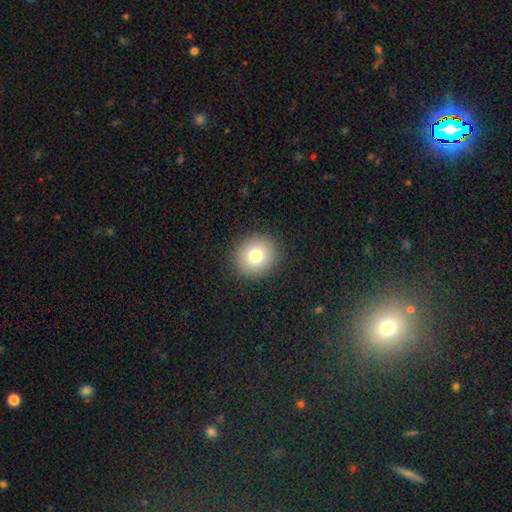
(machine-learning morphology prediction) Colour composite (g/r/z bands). It shows a smooth galaxy with no disk features (79%) that is round (87%). Merging: none (91%).